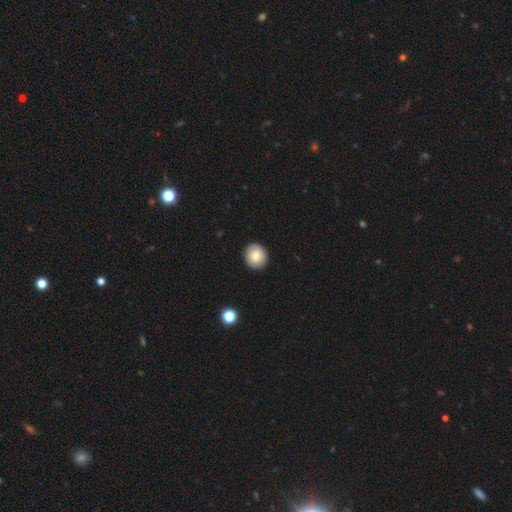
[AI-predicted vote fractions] Smooth or featured?
  - smooth: 80% *
  - featured or disk: 12%
  - star or artifact: 8%
How rounded?
  - round: 87% *
  - in between: 12%
  - cigar-shaped: 1%
Merging?
  - none: 91% *
  - minor disturbance: 6%
  - major disturbance: 2%
  - merger: 1%